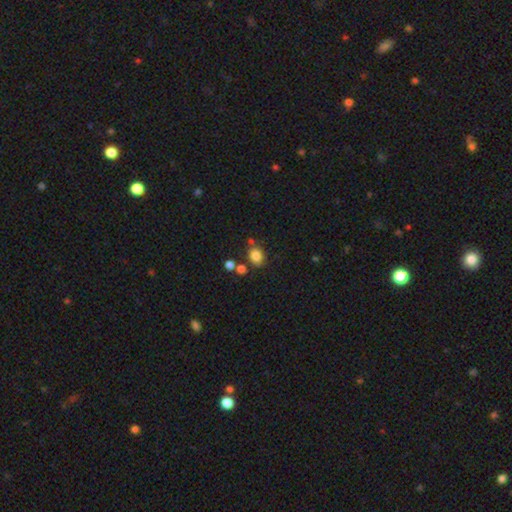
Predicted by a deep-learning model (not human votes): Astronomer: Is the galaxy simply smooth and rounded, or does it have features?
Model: smooth — 82%.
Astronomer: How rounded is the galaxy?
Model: in between — 51% (runner-up: round, 48%).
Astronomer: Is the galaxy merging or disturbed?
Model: none — 68%.